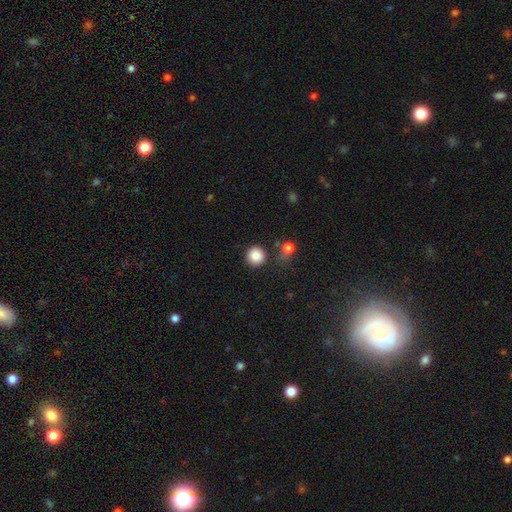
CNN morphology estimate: Smooth or featured? Predicted: smooth (p=0.86). How rounded? Predicted: round (p=0.93). Merging? Predicted: none (p=0.82).